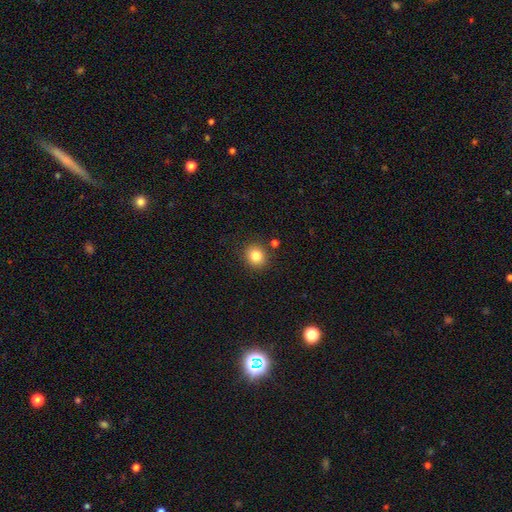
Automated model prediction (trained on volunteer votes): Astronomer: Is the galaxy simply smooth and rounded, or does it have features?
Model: smooth — 83%.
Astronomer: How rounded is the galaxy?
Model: round — 84%.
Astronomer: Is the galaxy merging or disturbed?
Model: none — 85%.